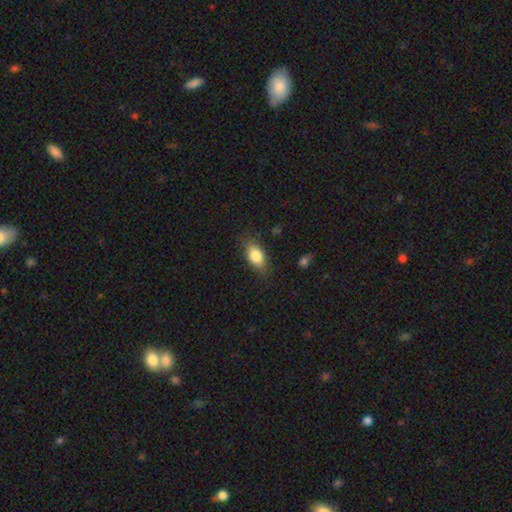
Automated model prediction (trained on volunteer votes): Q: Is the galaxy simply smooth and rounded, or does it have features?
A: smooth — 81%.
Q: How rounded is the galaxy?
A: in between — 85%.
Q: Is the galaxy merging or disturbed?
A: none — 79%.